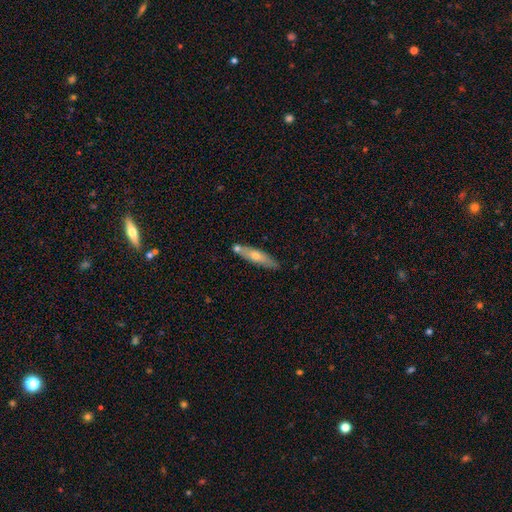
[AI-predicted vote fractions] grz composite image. It shows a smooth galaxy with no disk features (52%) that is cigar-shaped (79%). Merging: none (75%).